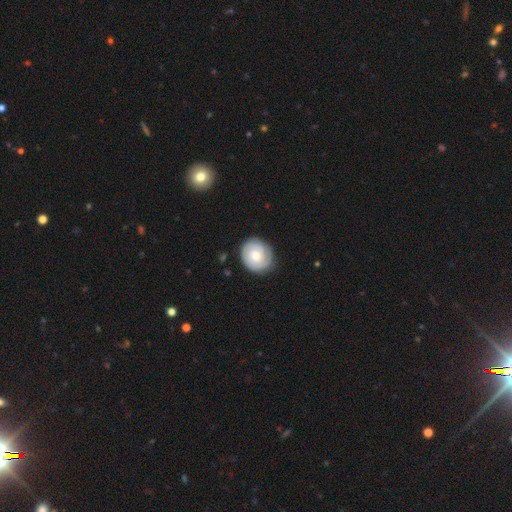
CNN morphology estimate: Smooth or featured?
  - featured or disk: 54% *
  - smooth: 40%
  - star or artifact: 6%
Edge-on disk?
  - no: 97% *
  - yes: 3%
Bar?
  - no: 77% *
  - weak: 20%
  - strong: 3%
Spiral arms?
  - yes: 85% *
  - no: 15%
Bulge size?
  - moderate: 62% *
  - small: 30%
  - large: 5%
  - none: 1%
  - dominant: 1%
Merging?
  - none: 81% *
  - minor disturbance: 14%
  - major disturbance: 3%
  - merger: 1%